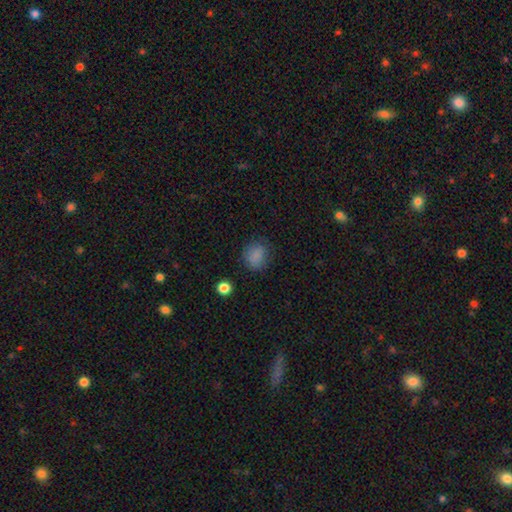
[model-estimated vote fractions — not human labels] smooth 83%, star or artifact 12%, featured or disk 5%. Down the decision tree: how rounded — round (68%); merging — none (79%).